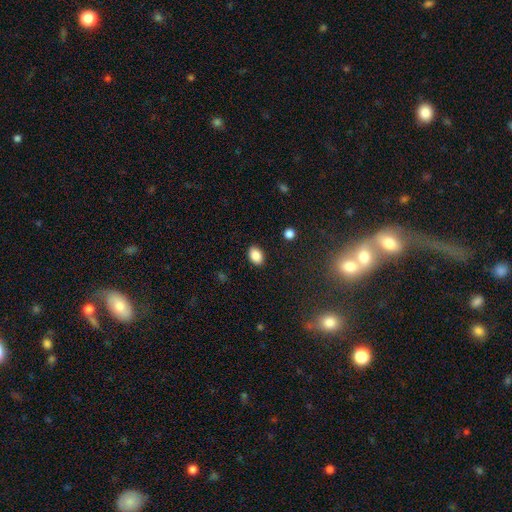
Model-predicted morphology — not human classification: The model was most divided on "how rounded": in between: 81%, round: 18%, cigar-shaped: 1%. More confident: merging — none (89%); smooth or featured — smooth (87%).